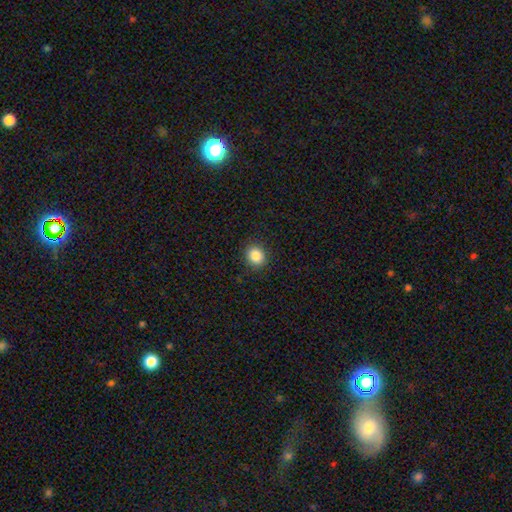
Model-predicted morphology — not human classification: A smooth galaxy with no disk features (86%) that is round (78%).

Vote fractions:
- Smooth or featured? smooth: 86% / star or artifact: 10% / featured or disk: 4%
- How rounded? round: 78% / in between: 21% / cigar-shaped: 1%
- Merging? none: 91% / minor disturbance: 6% / major disturbance: 2% / merger: 1%